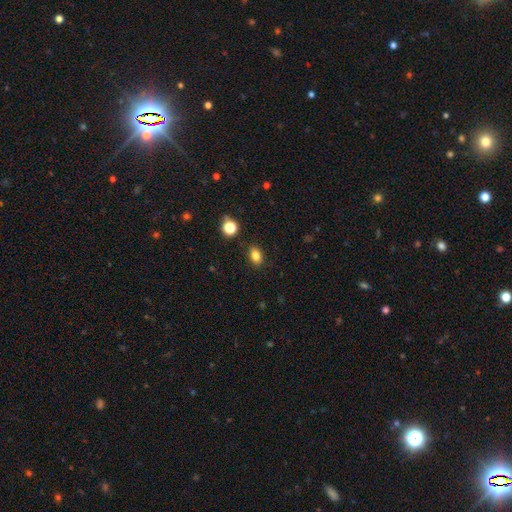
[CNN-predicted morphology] A smooth galaxy with no disk features (82%) that is in between round and cigar-shaped (76%). Merging: none (86%).